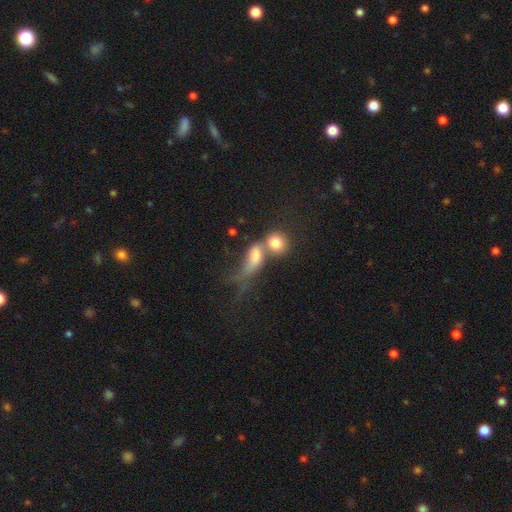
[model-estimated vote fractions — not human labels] Smooth or featured? Predicted: smooth (p=0.62). How rounded? Predicted: in between (p=0.54). Merging? Predicted: merger (p=0.59).